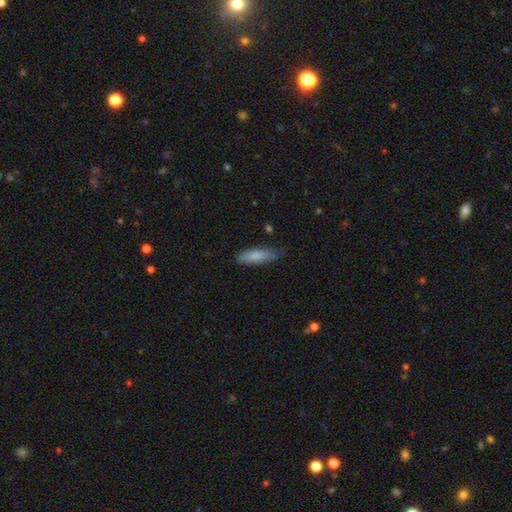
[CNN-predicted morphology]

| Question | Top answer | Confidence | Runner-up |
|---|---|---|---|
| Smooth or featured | smooth | 82% | featured or disk (12%) |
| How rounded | cigar-shaped | 56% | in between (42%) |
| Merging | none | 69% | minor disturbance (25%) |